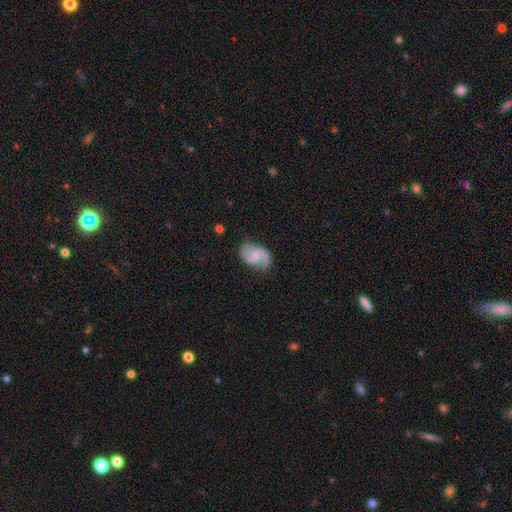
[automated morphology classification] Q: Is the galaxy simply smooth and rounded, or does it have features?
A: featured or disk — 87%.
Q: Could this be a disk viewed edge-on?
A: no — 98%.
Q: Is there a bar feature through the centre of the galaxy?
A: weak — 49%.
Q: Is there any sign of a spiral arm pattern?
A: yes — 97%.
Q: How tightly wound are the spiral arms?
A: medium — 54%.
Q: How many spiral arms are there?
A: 2 — 93%.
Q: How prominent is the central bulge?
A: small — 55%.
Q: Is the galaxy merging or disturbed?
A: none — 81%.